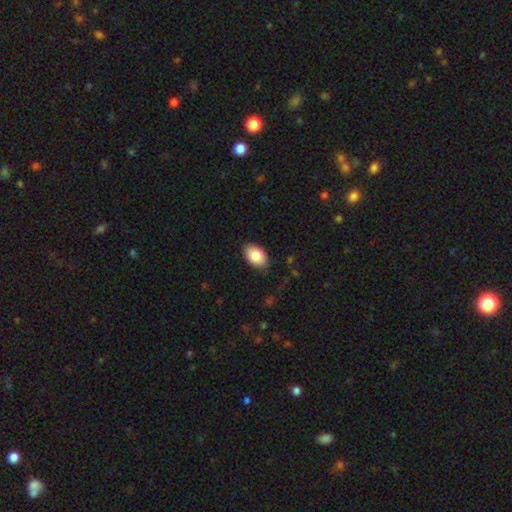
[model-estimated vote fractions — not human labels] Q: Smooth or featured?
A: smooth (84%); runner-up: featured or disk (9%)
Q: How rounded?
A: in between (91%); runner-up: round (8%)
Q: Merging?
A: none (85%); runner-up: minor disturbance (11%)